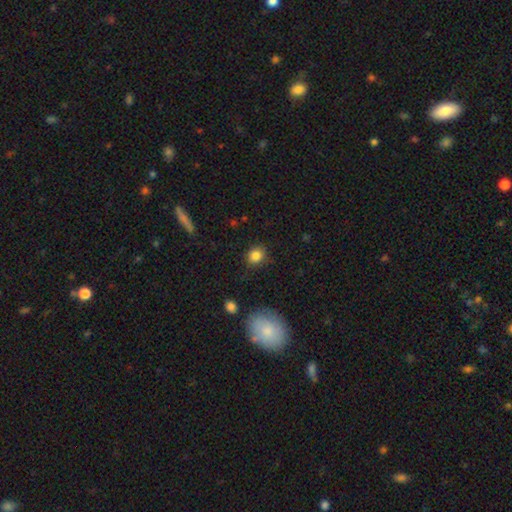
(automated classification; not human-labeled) Smooth or featured? Predicted: smooth (p=0.85). How rounded? Predicted: round (p=0.74). Merging? Predicted: none (p=0.84).